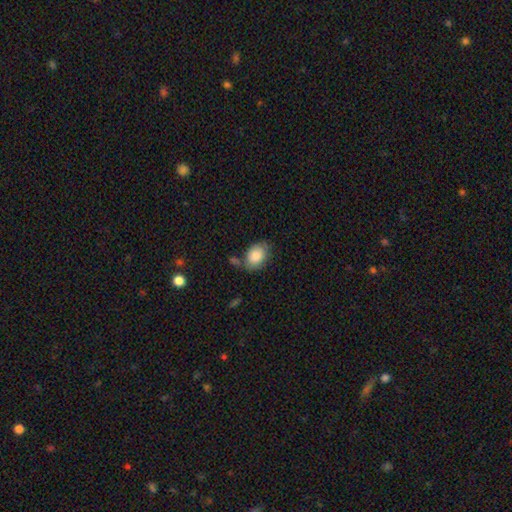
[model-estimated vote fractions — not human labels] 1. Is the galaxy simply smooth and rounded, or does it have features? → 84% smooth, 9% featured or disk, 7% star or artifact.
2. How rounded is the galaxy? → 77% in between, 22% round, 1% cigar-shaped.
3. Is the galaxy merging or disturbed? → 62% none, 22% minor disturbance, 10% merger, 6% major disturbance.